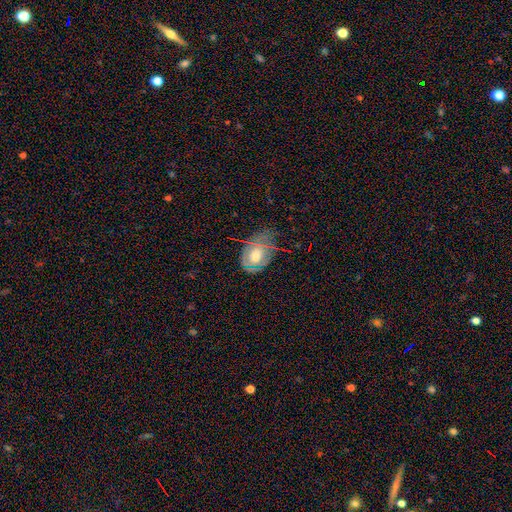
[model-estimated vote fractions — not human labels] Smooth or featured?
  - featured or disk: 48% *
  - smooth: 42%
  - star or artifact: 10%
Merging?
  - none: 43% *
  - minor disturbance: 34%
  - major disturbance: 20%
  - merger: 2%